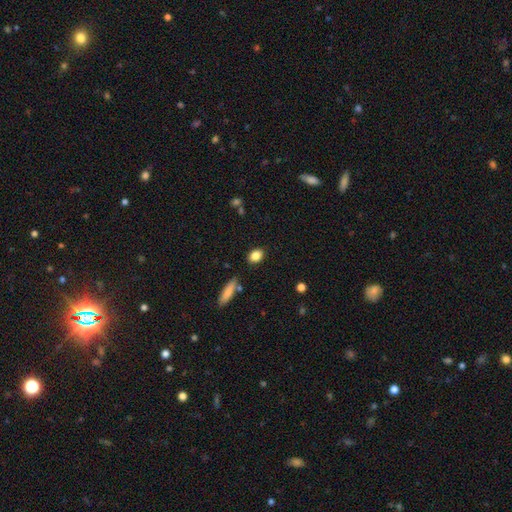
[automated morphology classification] A smooth galaxy with no disk features (85%) that is in between round and cigar-shaped (72%).

Vote fractions:
- Smooth or featured? smooth: 85% / star or artifact: 9% / featured or disk: 7%
- How rounded? in between: 72% / round: 25% / cigar-shaped: 3%
- Merging? none: 86% / minor disturbance: 10% / merger: 2% / major disturbance: 2%